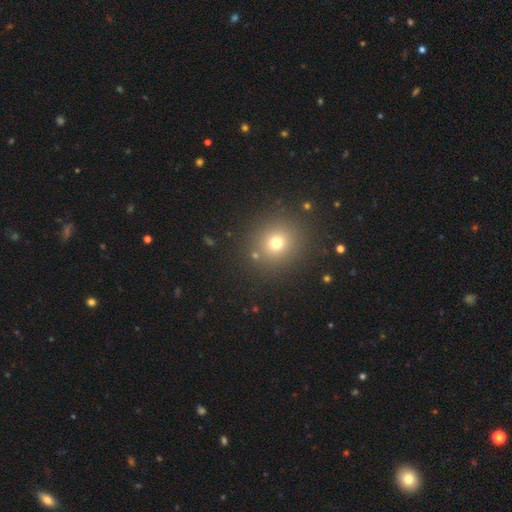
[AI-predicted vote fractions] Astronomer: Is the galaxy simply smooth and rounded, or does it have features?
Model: smooth — 66%.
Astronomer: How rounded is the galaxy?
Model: round — 90%.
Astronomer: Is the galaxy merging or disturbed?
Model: none — 88%.